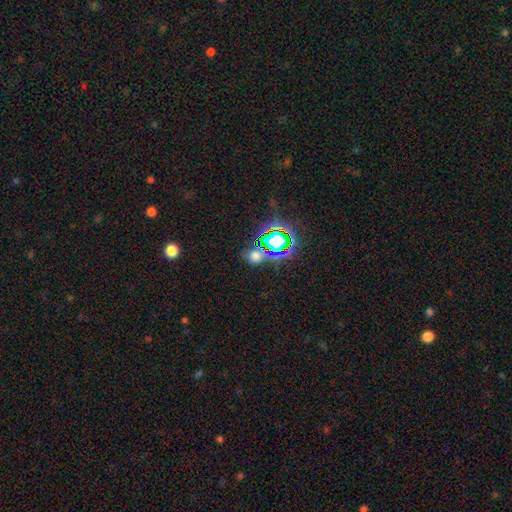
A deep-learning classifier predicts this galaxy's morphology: This is possibly a smooth galaxy (46%, tied with star or artifact). Merging: likely none (69%).